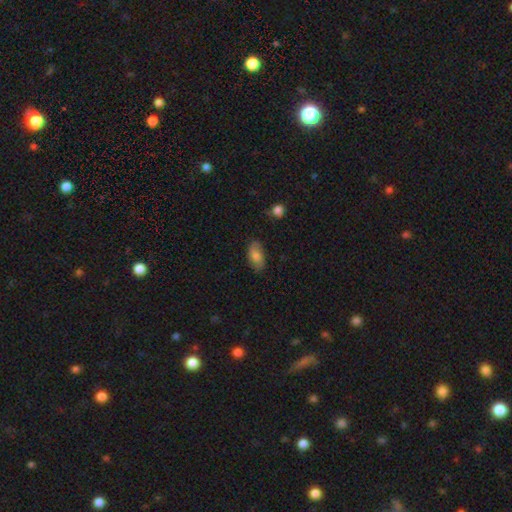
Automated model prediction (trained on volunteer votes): Q: Smooth or featured?
A: smooth (74%); runner-up: featured or disk (19%)
Q: How rounded?
A: in between (92%); runner-up: cigar-shaped (4%)
Q: Merging?
A: none (77%); runner-up: minor disturbance (18%)